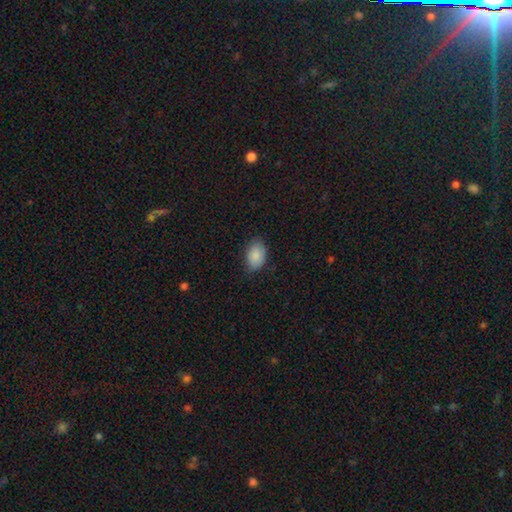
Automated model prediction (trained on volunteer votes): smooth-or-featured: smooth: 88% | star or artifact: 7% | featured or disk: 5%
  how-rounded: in between: 89% | round: 10% | cigar-shaped: 1%
  merging: none: 80% | minor disturbance: 16% | major disturbance: 3% | merger: 1%